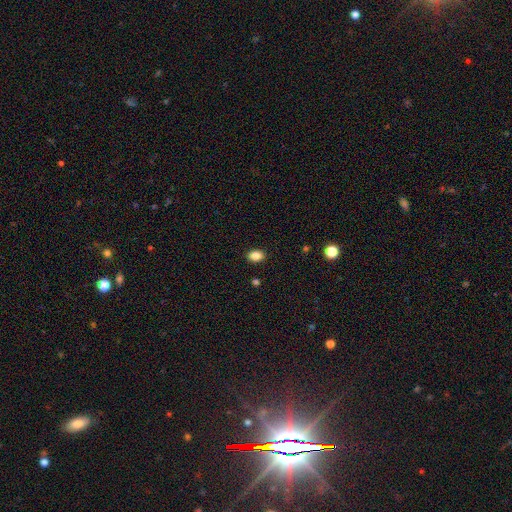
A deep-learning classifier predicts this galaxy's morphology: Smooth or featured? smooth (85%)
How rounded? in between (80%)
Merging? none (89%)